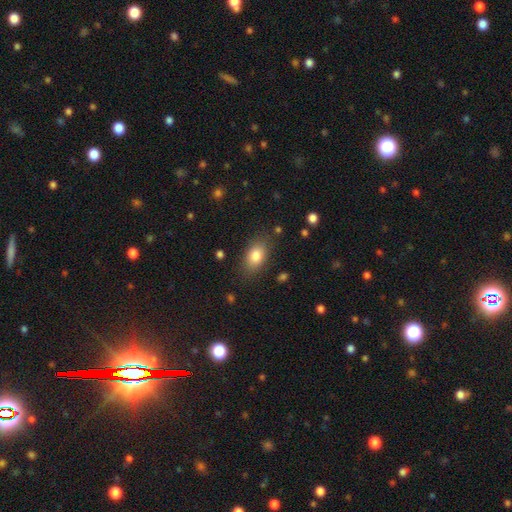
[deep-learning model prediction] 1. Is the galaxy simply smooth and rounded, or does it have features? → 82% smooth, 10% featured or disk, 8% star or artifact.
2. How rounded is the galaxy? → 86% in between, 12% round, 2% cigar-shaped.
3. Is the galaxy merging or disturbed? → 82% none, 13% minor disturbance, 4% major disturbance, 2% merger.